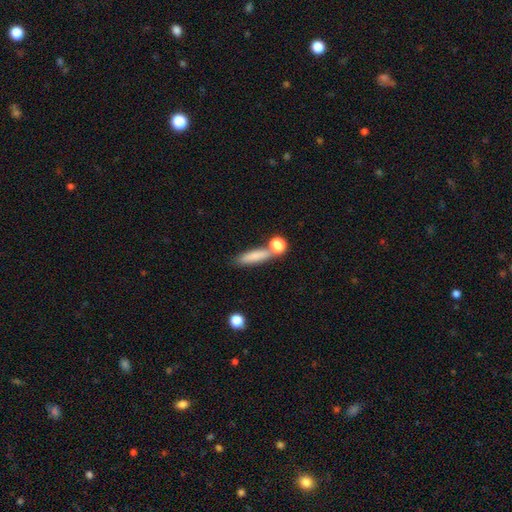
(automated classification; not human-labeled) Overall: smooth (79%). How rounded: cigar-shaped (69%). Merging: none (65%).